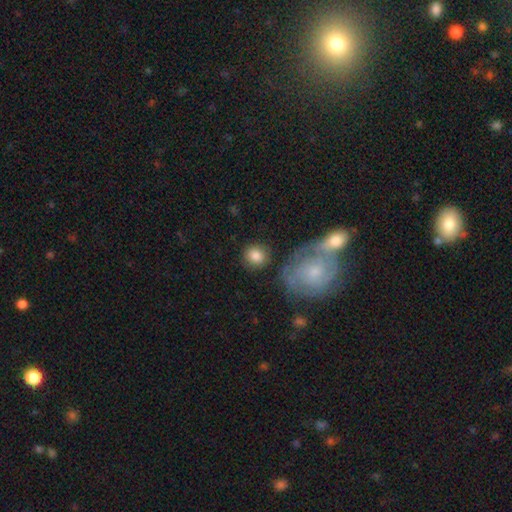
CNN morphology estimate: type=smooth (83%); roundness=round (88%); merging=none (81%).